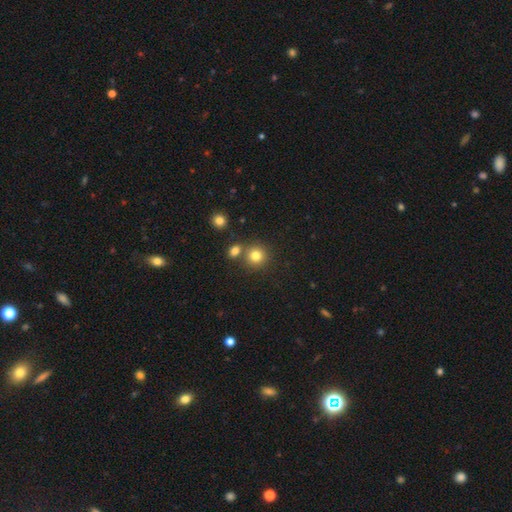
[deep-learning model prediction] A smooth galaxy with no disk features (80%) that is round (89%).

Vote fractions:
- Smooth or featured? smooth: 80% / star or artifact: 13% / featured or disk: 7%
- How rounded? round: 89% / in between: 10% / cigar-shaped: 1%
- Merging? none: 71% / merger: 18% / minor disturbance: 8% / major disturbance: 3%